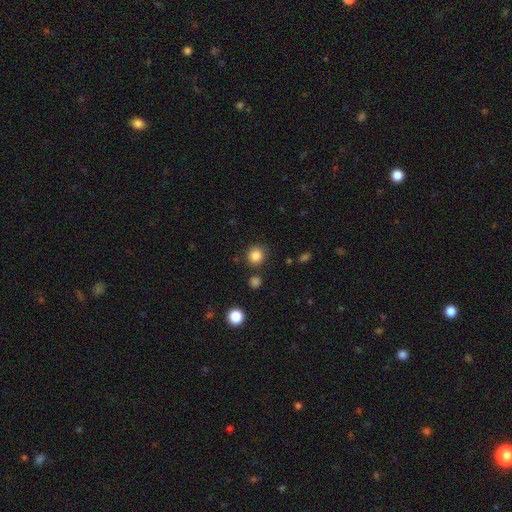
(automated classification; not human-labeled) This is clearly a smooth galaxy (85%). How rounded: clearly round (88%). Merging: clearly none (83%).